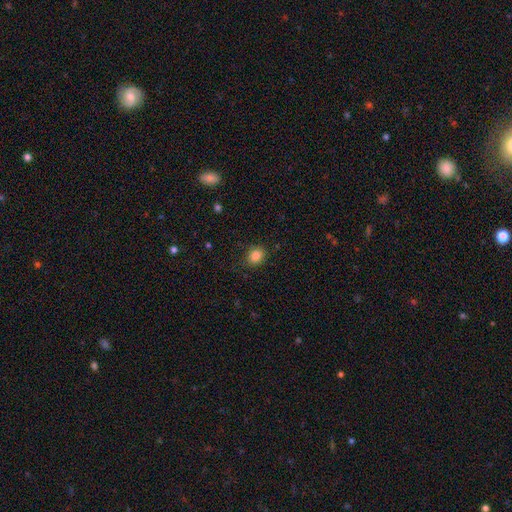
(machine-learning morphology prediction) Q: Smooth or featured?
A: smooth (85%); runner-up: star or artifact (10%)
Q: How rounded?
A: round (55%); runner-up: in between (44%)
Q: Merging?
A: none (84%); runner-up: minor disturbance (12%)